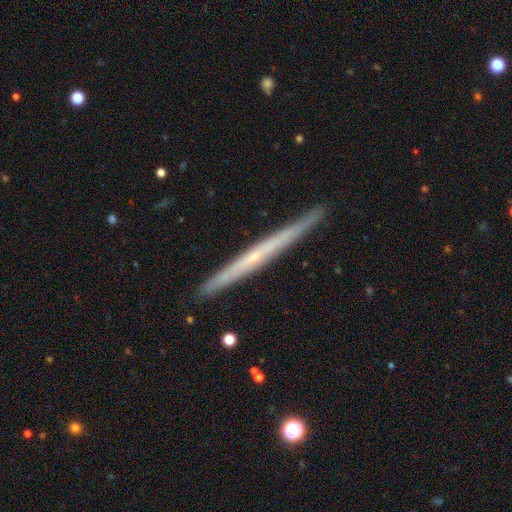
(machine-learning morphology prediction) This appears to be a featured or disk galaxy (65%) viewed edge-on (97%) with no central bulge (75%). Merging: none (90%).